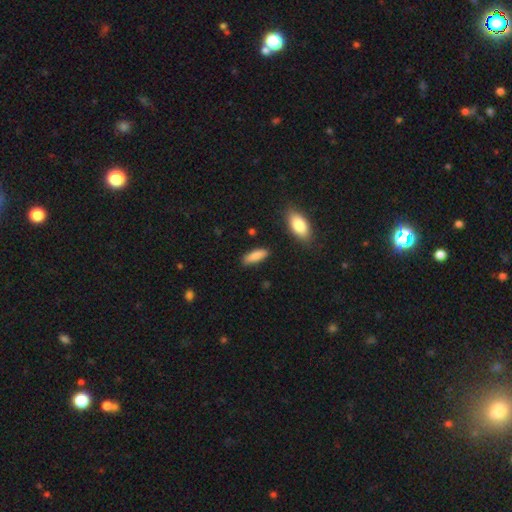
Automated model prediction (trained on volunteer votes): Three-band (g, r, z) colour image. It shows a smooth galaxy with no disk features (86%) that is in between round and cigar-shaped (55%). Merging: none (84%).